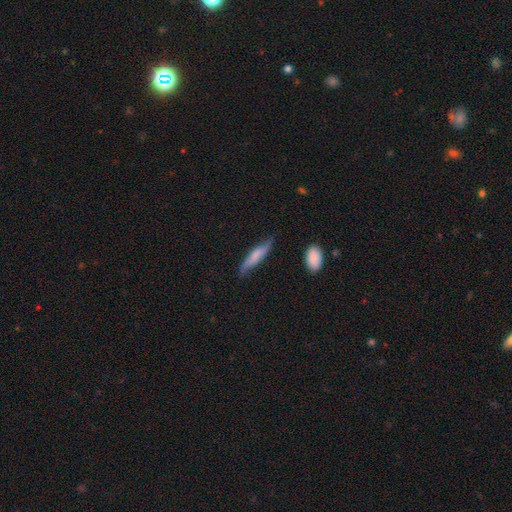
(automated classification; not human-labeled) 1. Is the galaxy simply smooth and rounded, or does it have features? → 63% smooth, 31% featured or disk, 6% star or artifact.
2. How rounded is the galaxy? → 83% cigar-shaped, 15% in between, 2% round.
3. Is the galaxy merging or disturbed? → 71% none, 22% minor disturbance, 4% major disturbance, 2% merger.